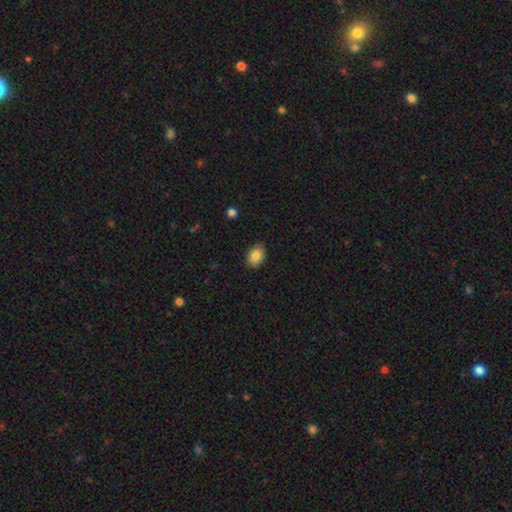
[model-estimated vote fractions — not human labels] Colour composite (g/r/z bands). It shows a smooth galaxy with no disk features (85%) that is in between round and cigar-shaped (79%). Merging: none (88%).